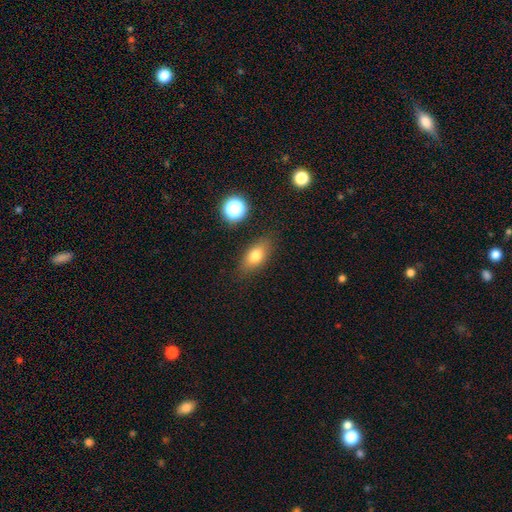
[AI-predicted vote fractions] Smooth or featured? smooth (76%)
How rounded? in between (79%)
Merging? none (83%)